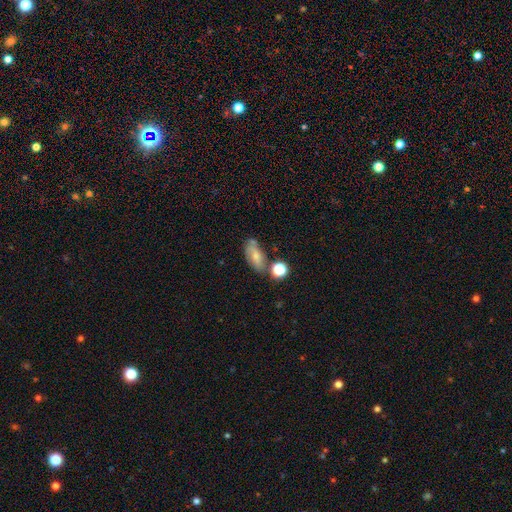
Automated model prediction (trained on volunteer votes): smooth-or-featured: smooth: 60% | featured or disk: 29% | star or artifact: 11%
  how-rounded: in between: 82% | round: 9% | cigar-shaped: 9%
  merging: none: 55% | minor disturbance: 22% | merger: 15% | major disturbance: 8%